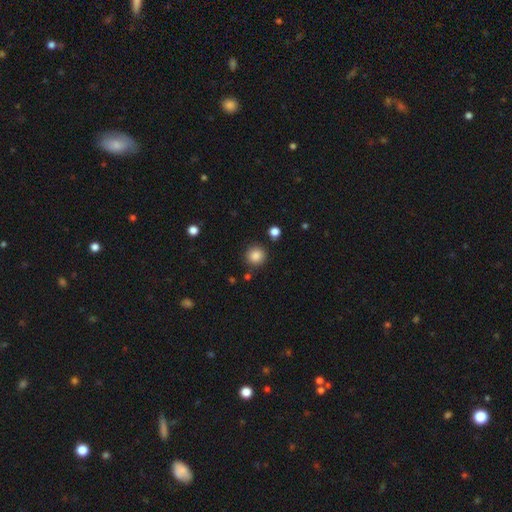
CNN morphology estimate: A smooth galaxy with no disk features (86%) that is round (92%).

Vote fractions:
- Smooth or featured? smooth: 86% / star or artifact: 10% / featured or disk: 4%
- How rounded? round: 92% / in between: 7% / cigar-shaped: 1%
- Merging? none: 87% / minor disturbance: 8% / merger: 3% / major disturbance: 3%